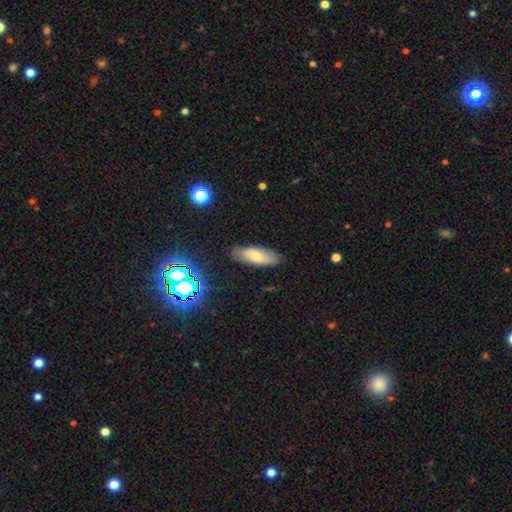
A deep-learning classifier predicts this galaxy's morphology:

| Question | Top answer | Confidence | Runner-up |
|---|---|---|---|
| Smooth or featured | smooth | 60% | featured or disk (31%) |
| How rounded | in between | 76% | cigar-shaped (22%) |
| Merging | none | 83% | minor disturbance (13%) |